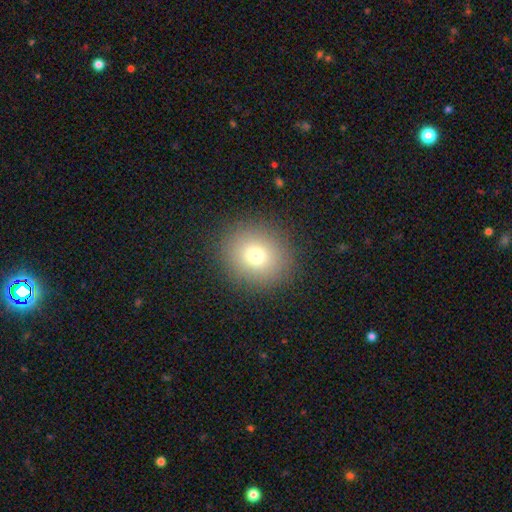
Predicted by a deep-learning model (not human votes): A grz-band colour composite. It shows a smooth galaxy with no disk features (75%) that is round (83%). Merging: none (89%).